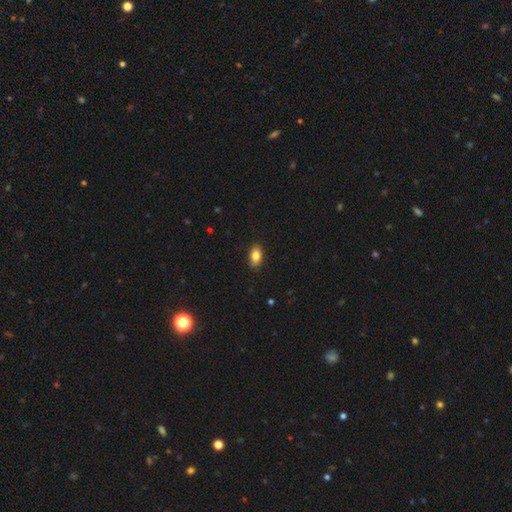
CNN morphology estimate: type=smooth (85%); roundness=in between (89%); merging=none (88%).